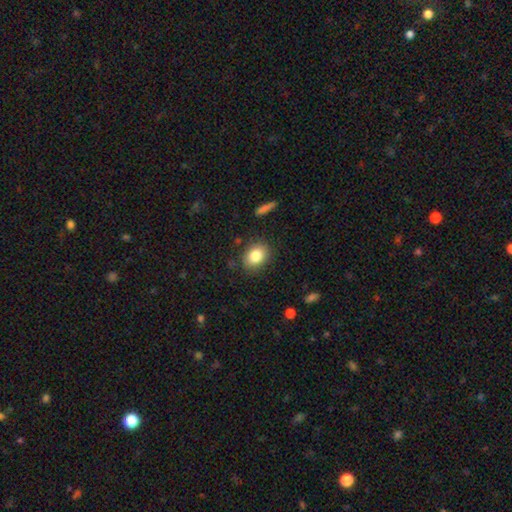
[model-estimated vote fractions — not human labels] Smooth or featured? Predicted: smooth (p=0.82). How rounded? Predicted: in between (p=0.56). Merging? Predicted: none (p=0.85).